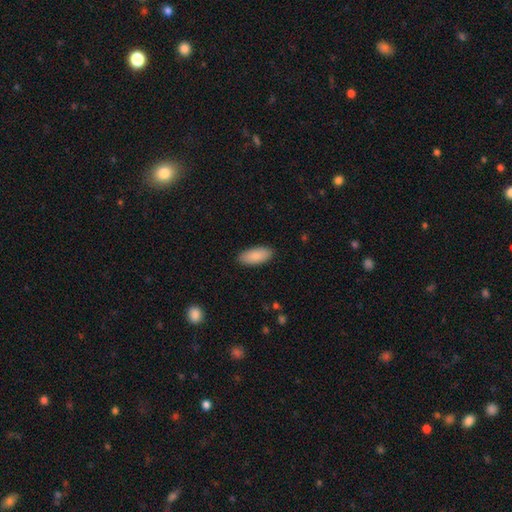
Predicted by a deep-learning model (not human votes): Smooth or featured?
  - smooth: 89% *
  - star or artifact: 6%
  - featured or disk: 6%
How rounded?
  - in between: 89% *
  - cigar-shaped: 10%
  - round: 2%
Merging?
  - none: 89% *
  - minor disturbance: 8%
  - major disturbance: 2%
  - merger: 1%